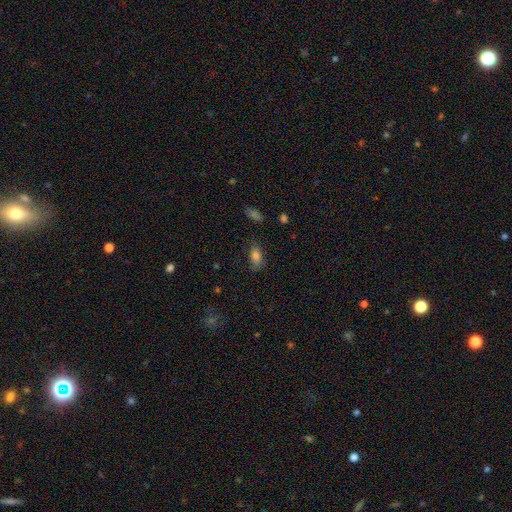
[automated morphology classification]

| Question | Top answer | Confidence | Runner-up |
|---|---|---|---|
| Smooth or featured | smooth | 82% | star or artifact (11%) |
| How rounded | in between | 89% | round (5%) |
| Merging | none | 72% | minor disturbance (20%) |